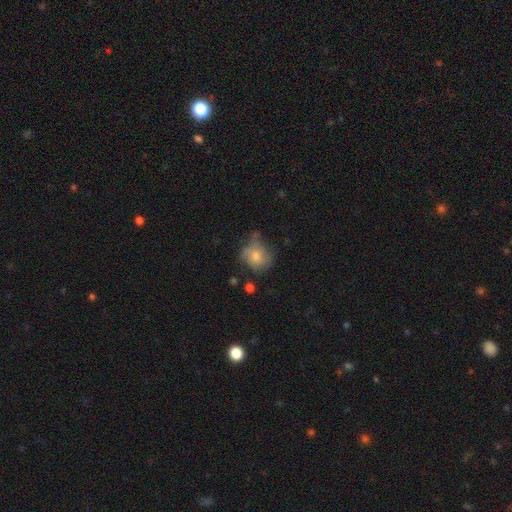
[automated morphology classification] Smooth or featured? Predicted: smooth (p=0.65). How rounded? Predicted: round (p=0.63). Merging? Predicted: none (p=0.41).